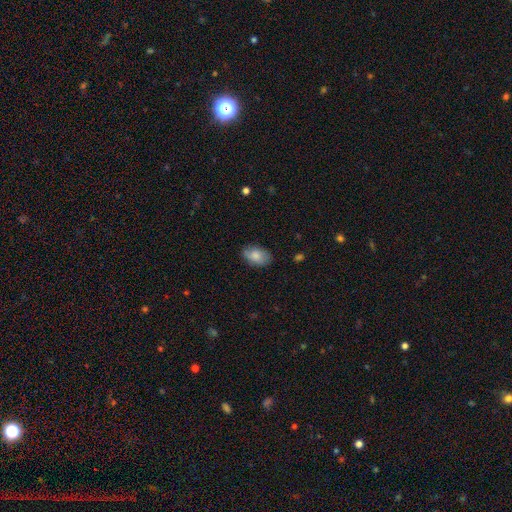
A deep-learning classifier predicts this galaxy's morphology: This is likely a smooth galaxy (80%). How rounded: clearly in between (89%). Merging: likely none (75%).